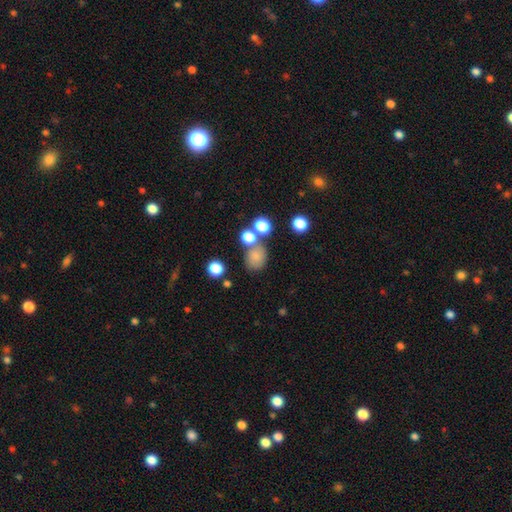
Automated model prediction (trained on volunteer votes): Overall: smooth (76%). How rounded: round (60%; in between 38%). Merging: none (59%; merger 22%).